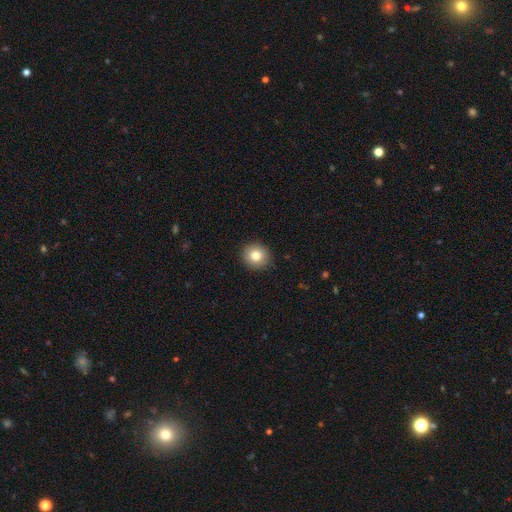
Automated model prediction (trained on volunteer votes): A smooth galaxy with no disk features (81%) that is round (90%).

Vote fractions:
- Smooth or featured? smooth: 81% / star or artifact: 10% / featured or disk: 9%
- How rounded? round: 90% / in between: 9% / cigar-shaped: 1%
- Merging? none: 91% / minor disturbance: 7% / major disturbance: 2% / merger: 1%